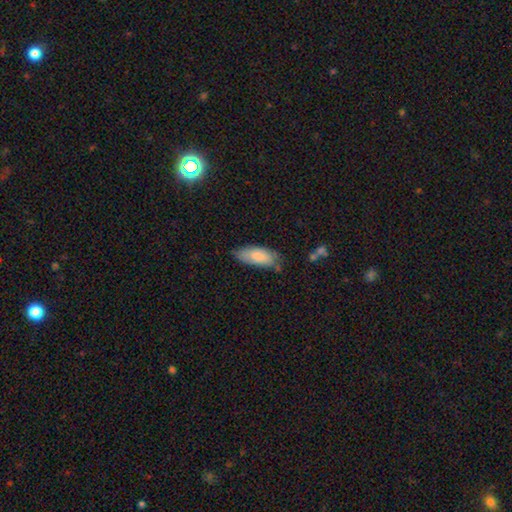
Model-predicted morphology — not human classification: Smooth or featured?
  - smooth: 80% *
  - featured or disk: 13%
  - star or artifact: 7%
How rounded?
  - in between: 79% *
  - cigar-shaped: 19%
  - round: 2%
Merging?
  - none: 68% *
  - minor disturbance: 25%
  - major disturbance: 5%
  - merger: 3%